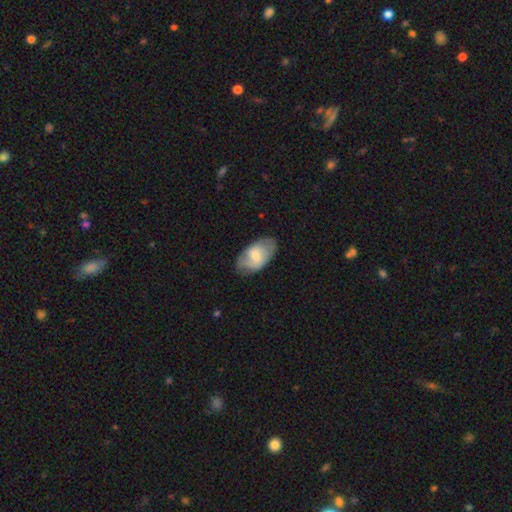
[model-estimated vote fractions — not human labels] smooth-or-featured: smooth: 61% | featured or disk: 33% | star or artifact: 6%
  how-rounded: in between: 94% | round: 5% | cigar-shaped: 2%
  merging: none: 70% | minor disturbance: 24% | major disturbance: 6% | merger: 1%